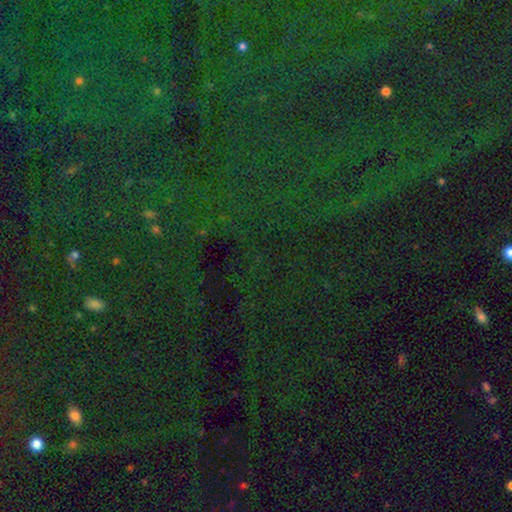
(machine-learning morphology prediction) smooth-or-featured: star or artifact: 83% | smooth: 9% | featured or disk: 8%